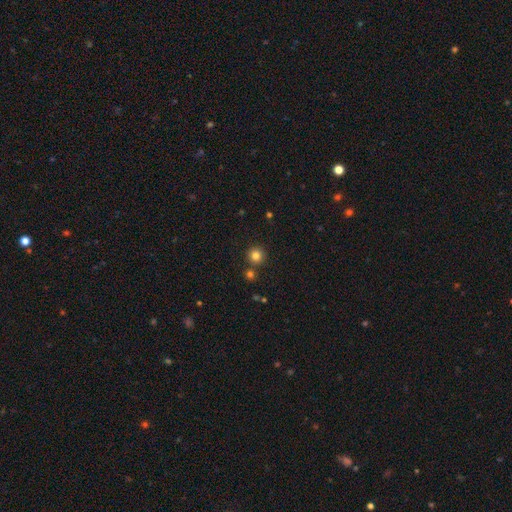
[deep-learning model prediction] Smooth or featured? smooth (80%)
How rounded? round (94%)
Merging? none (81%)